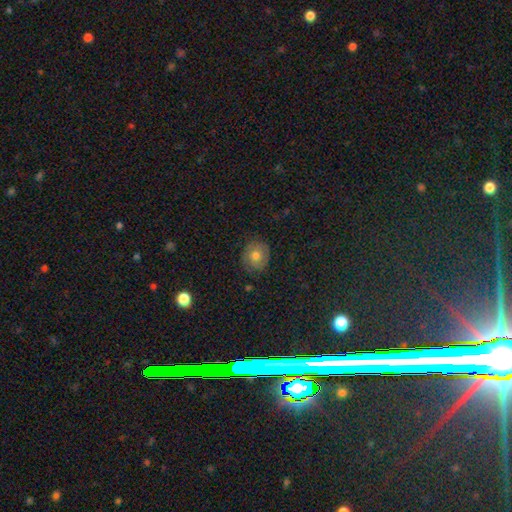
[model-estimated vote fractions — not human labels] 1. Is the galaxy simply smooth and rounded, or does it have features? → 61% smooth, 26% featured or disk, 14% star or artifact.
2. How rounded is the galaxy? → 83% round, 16% in between, 1% cigar-shaped.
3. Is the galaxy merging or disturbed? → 82% none, 13% minor disturbance, 4% major disturbance, 1% merger.